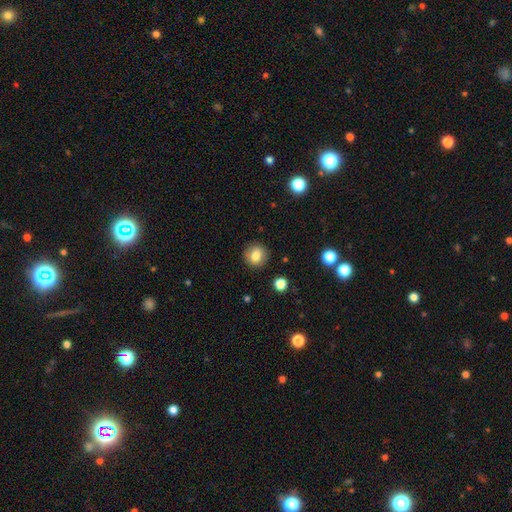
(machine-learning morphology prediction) smooth-or-featured: smooth: 80% | featured or disk: 10% | star or artifact: 10%
  how-rounded: round: 82% | in between: 17% | cigar-shaped: 1%
  merging: none: 88% | minor disturbance: 8% | major disturbance: 2% | merger: 1%